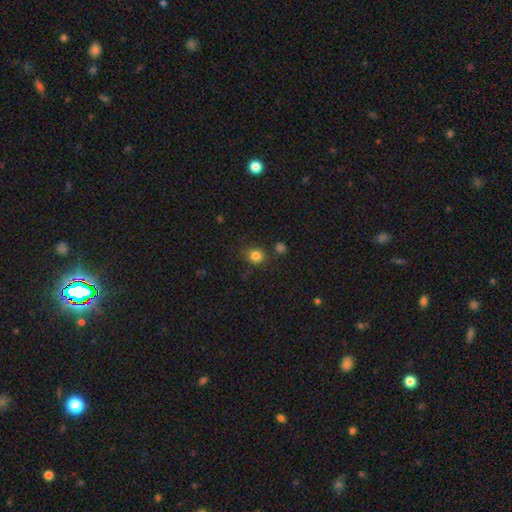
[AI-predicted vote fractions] A smooth galaxy with no disk features (82%) that is round (77%).

Vote fractions:
- Smooth or featured? smooth: 82% / star or artifact: 12% / featured or disk: 6%
- How rounded? round: 77% / in between: 22% / cigar-shaped: 1%
- Merging? none: 77% / minor disturbance: 13% / merger: 5% / major disturbance: 4%